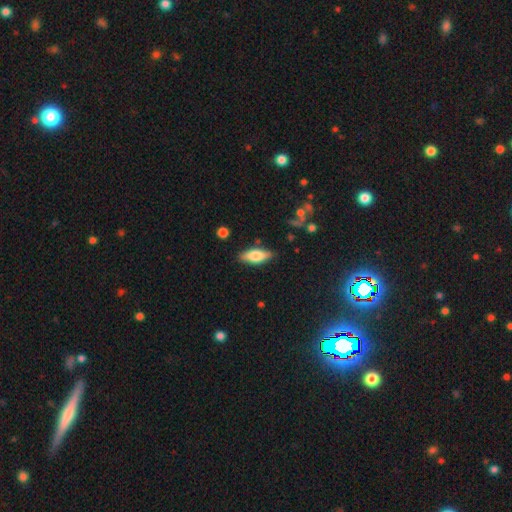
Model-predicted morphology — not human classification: smooth_or_featured: smooth (p=0.68) [alt: featured or disk p=0.25]
how_rounded: in between (p=0.69) [alt: cigar-shaped p=0.28]
merging: none (p=0.83) [alt: minor disturbance p=0.12]